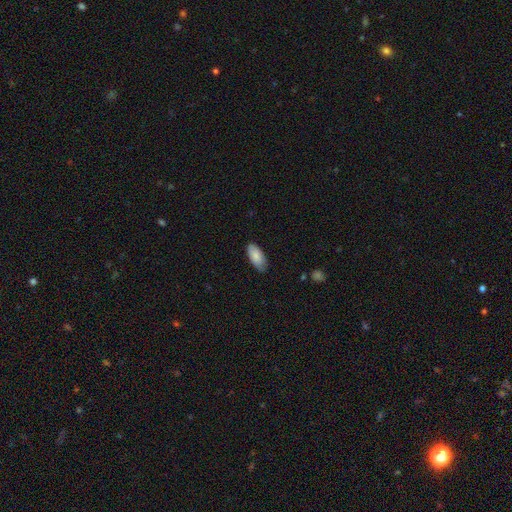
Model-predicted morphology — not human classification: A smooth galaxy with no disk features (84%) that is in between round and cigar-shaped (90%). Merging: none (79%).